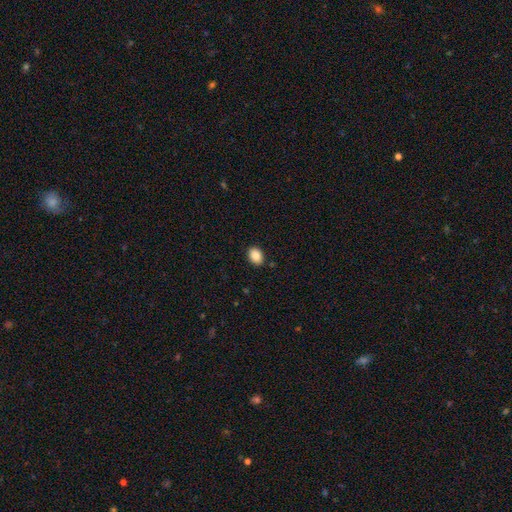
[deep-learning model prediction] Smooth or featured: smooth — 89% (star or artifact — 8%)
How rounded: in between — 72% (round — 27%)
Merging: none — 88% (minor disturbance — 8%)